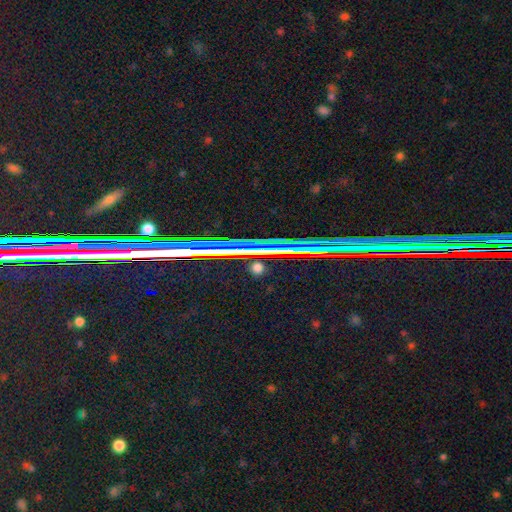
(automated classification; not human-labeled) Smooth or featured?
  - star or artifact: 82% *
  - featured or disk: 11%
  - smooth: 7%